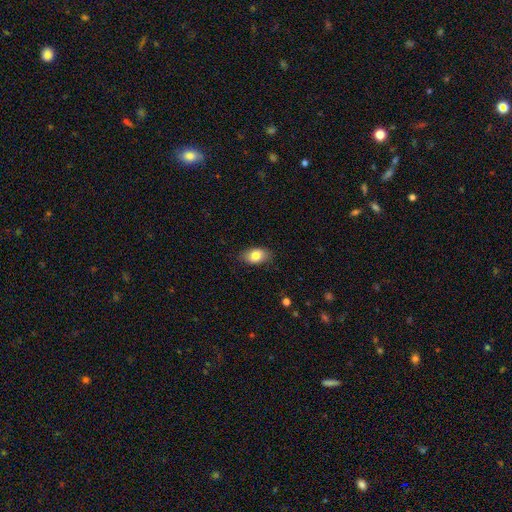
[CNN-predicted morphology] smooth 83%, featured or disk 10%, star or artifact 7%. Down the decision tree: how rounded — in between (88%); merging — none (82%).